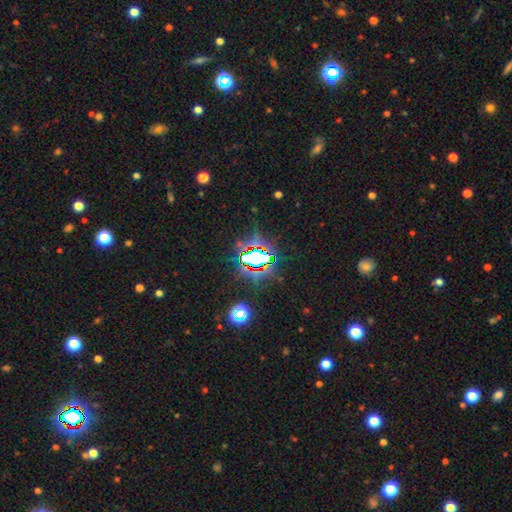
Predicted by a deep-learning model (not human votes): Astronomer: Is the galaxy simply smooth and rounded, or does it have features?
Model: star or artifact — 69%.